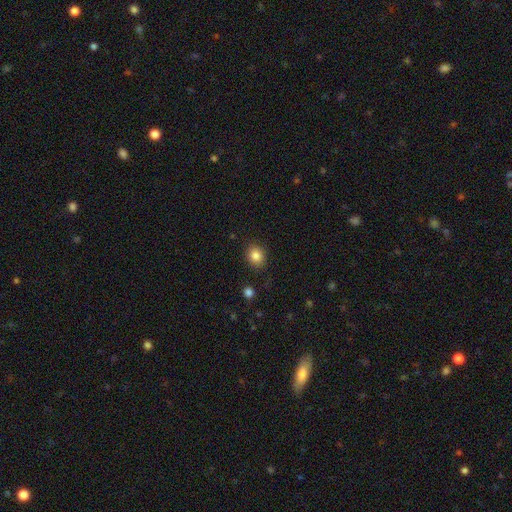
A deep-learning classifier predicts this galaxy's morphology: Smooth or featured: smooth — 85% (star or artifact — 10%)
How rounded: round — 68% (in between — 32%)
Merging: none — 87% (minor disturbance — 9%)